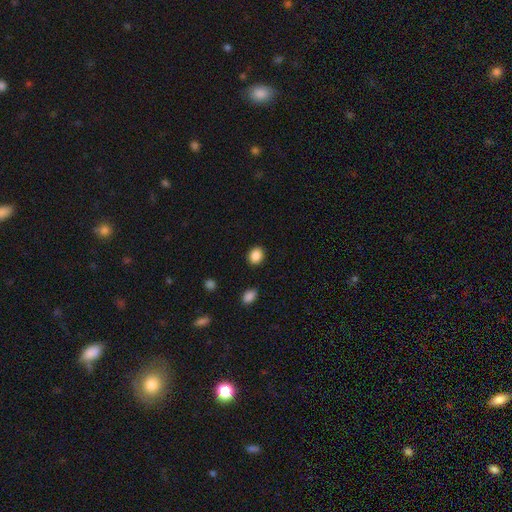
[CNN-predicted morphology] type=smooth (87%); roundness=round (58%); merging=none (89%).